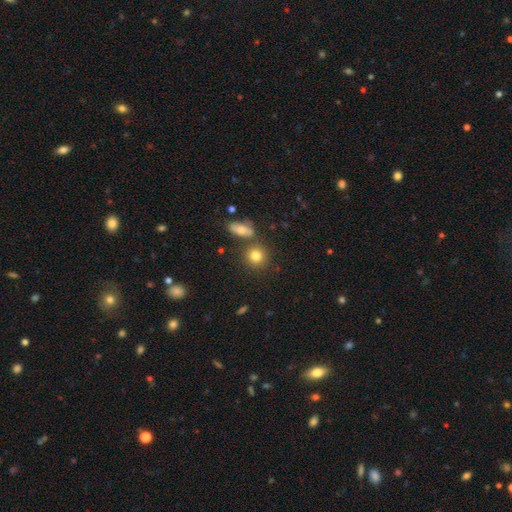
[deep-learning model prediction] smooth 81%, star or artifact 10%, featured or disk 9%. Down the decision tree: how rounded — round (82%); merging — none (71%).